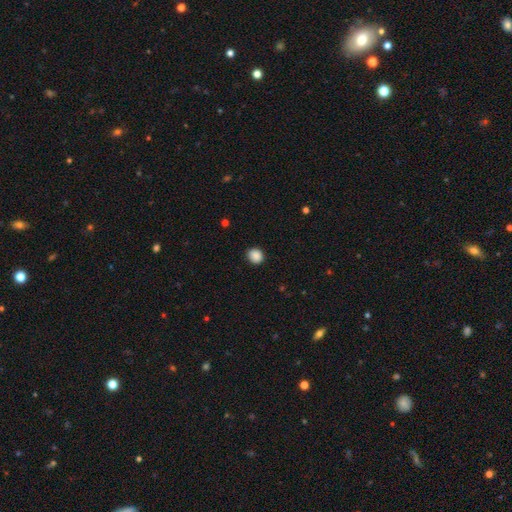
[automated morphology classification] Smooth or featured? smooth (89%)
How rounded? round (75%)
Merging? none (89%)